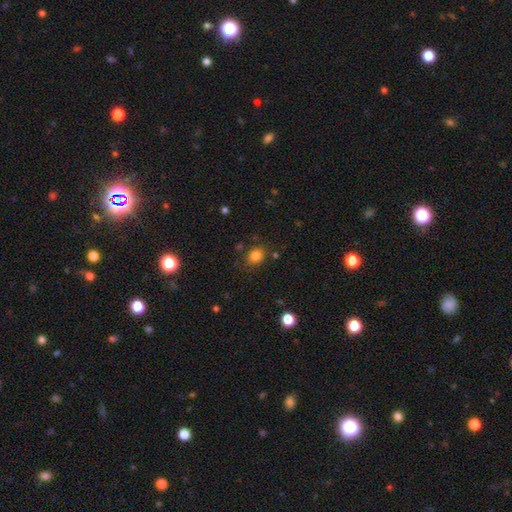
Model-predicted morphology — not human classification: smooth_or_featured: smooth (p=0.81) [alt: star or artifact p=0.13]
how_rounded: round (p=0.58) [alt: in between p=0.41]
merging: none (p=0.81) [alt: minor disturbance p=0.12]